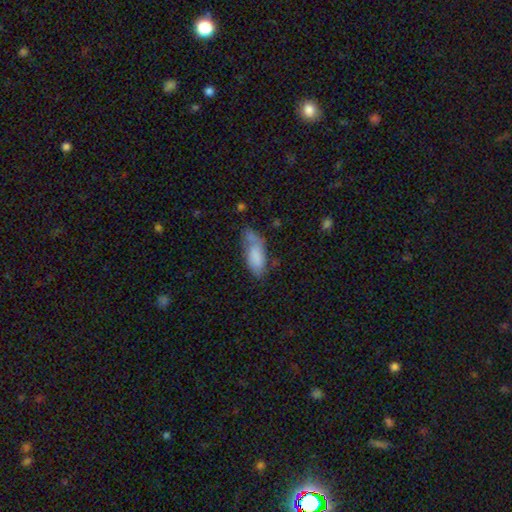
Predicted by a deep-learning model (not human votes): Smooth or featured? smooth (77%)
How rounded? in between (81%)
Merging? none (40%)